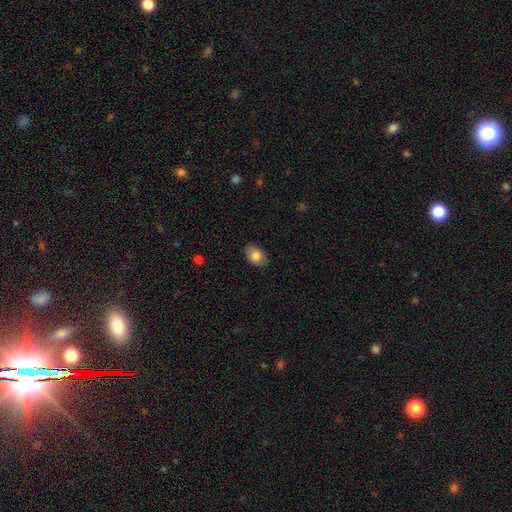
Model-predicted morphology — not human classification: smooth 83%, featured or disk 10%, star or artifact 8%. Down the decision tree: how rounded — in between (85%); merging — none (85%).